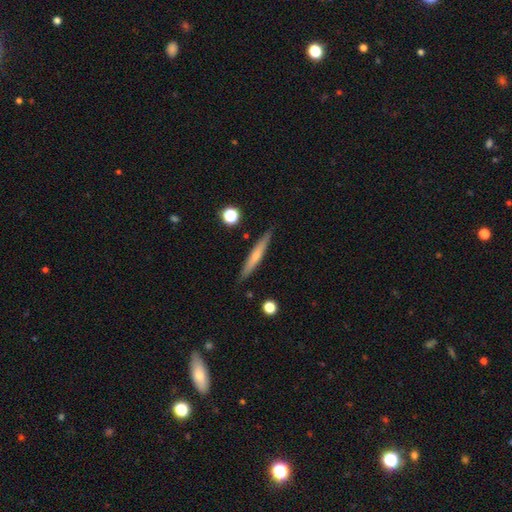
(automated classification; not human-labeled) This appears to be a smooth galaxy with no disk features (52%) that is cigar-shaped (95%). Merging: none (89%).